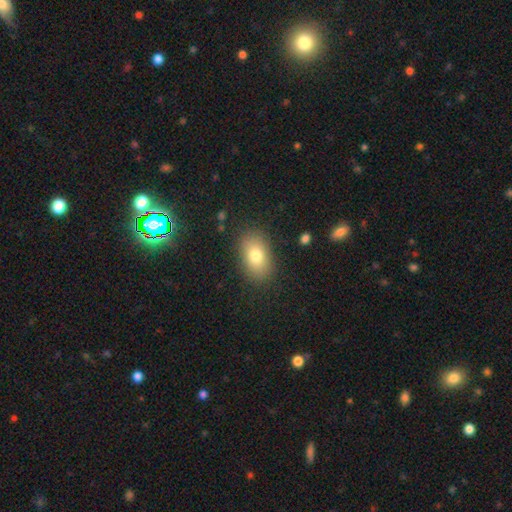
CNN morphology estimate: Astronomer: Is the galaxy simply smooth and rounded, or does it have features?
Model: smooth — 78%.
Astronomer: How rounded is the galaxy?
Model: in between — 87%.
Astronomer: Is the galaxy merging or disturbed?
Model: none — 86%.